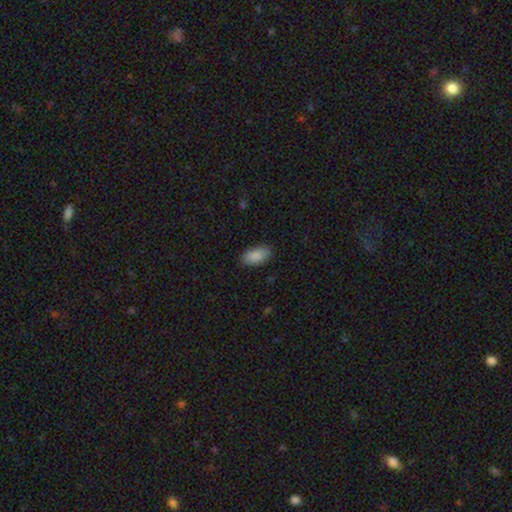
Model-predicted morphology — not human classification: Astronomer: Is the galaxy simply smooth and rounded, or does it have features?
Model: smooth — 89%.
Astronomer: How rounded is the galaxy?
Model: in between — 94%.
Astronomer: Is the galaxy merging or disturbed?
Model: none — 87%.